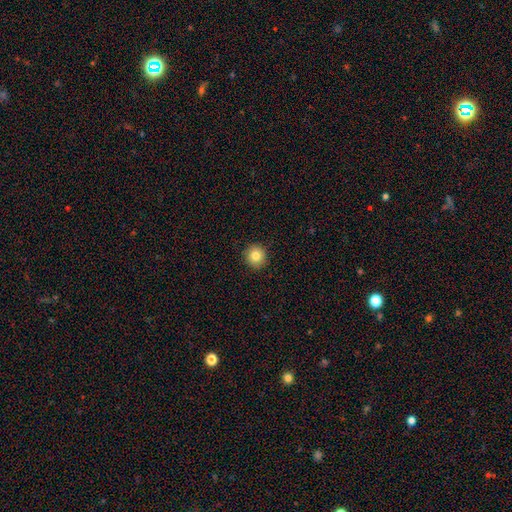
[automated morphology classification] A smooth galaxy with no disk features (83%) that is round (94%).

Vote fractions:
- Smooth or featured? smooth: 83% / star or artifact: 10% / featured or disk: 7%
- How rounded? round: 94% / in between: 6% / cigar-shaped: 1%
- Merging? none: 92% / minor disturbance: 6% / major disturbance: 2% / merger: 1%